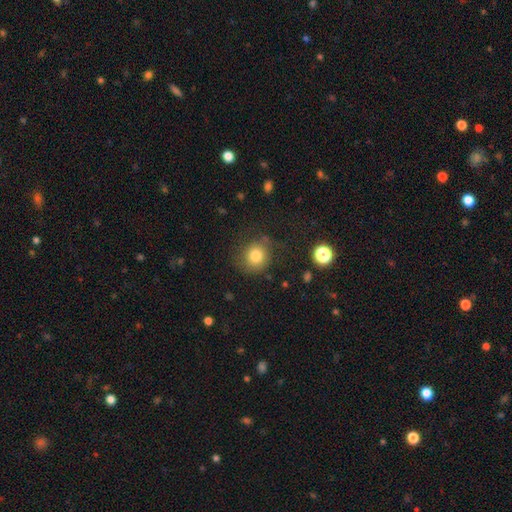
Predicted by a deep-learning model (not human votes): smooth-or-featured: smooth: 79% | star or artifact: 12% | featured or disk: 9%
  how-rounded: round: 85% | in between: 14% | cigar-shaped: 1%
  merging: none: 74% | minor disturbance: 16% | major disturbance: 7% | merger: 2%